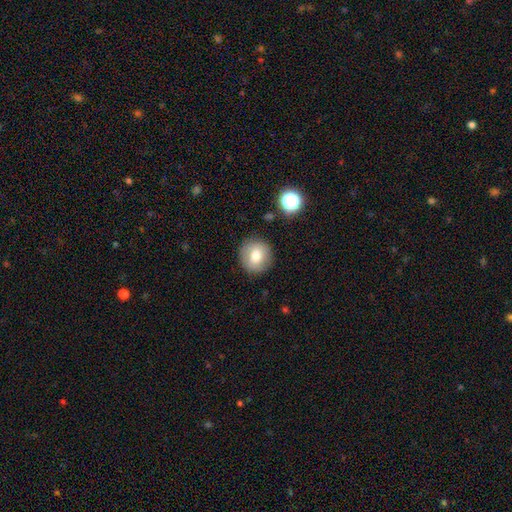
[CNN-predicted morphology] Smooth or featured?
  - smooth: 73% *
  - featured or disk: 17%
  - star or artifact: 10%
How rounded?
  - round: 92% *
  - in between: 7%
  - cigar-shaped: 1%
Merging?
  - none: 88% *
  - minor disturbance: 8%
  - major disturbance: 2%
  - merger: 2%